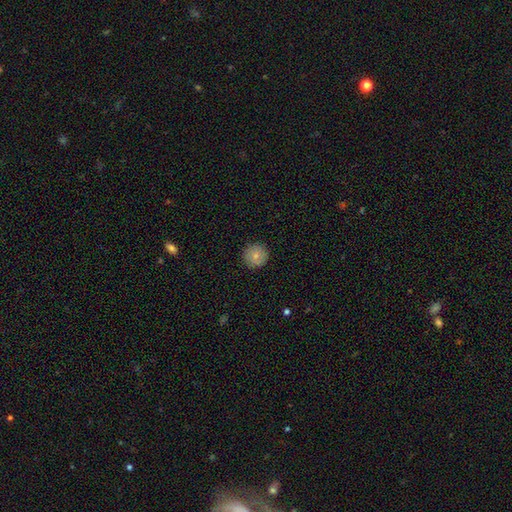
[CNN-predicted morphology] Overall: smooth (80%). How rounded: round (95%). Merging: none (90%).